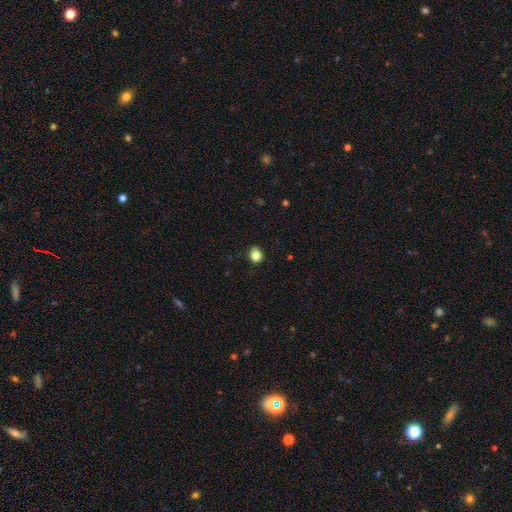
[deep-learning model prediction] Q: Smooth or featured?
A: smooth (83%); runner-up: star or artifact (11%)
Q: How rounded?
A: round (62%); runner-up: in between (37%)
Q: Merging?
A: none (76%); runner-up: minor disturbance (19%)